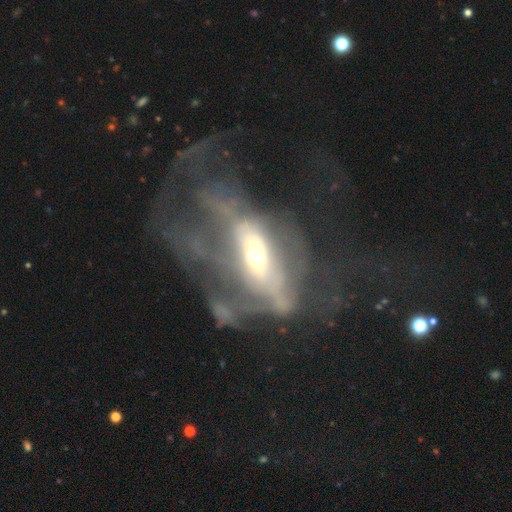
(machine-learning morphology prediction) Smooth or featured: featured or disk — 72% (smooth — 18%)
Edge-on disk: no — 89% (yes — 11%)
Bar: no — 56% (weak — 25%)
Spiral arms: no — 62% (yes — 38%)
Bulge size: moderate — 60% (small — 25%)
Merging: major disturbance — 65% (none — 17%)